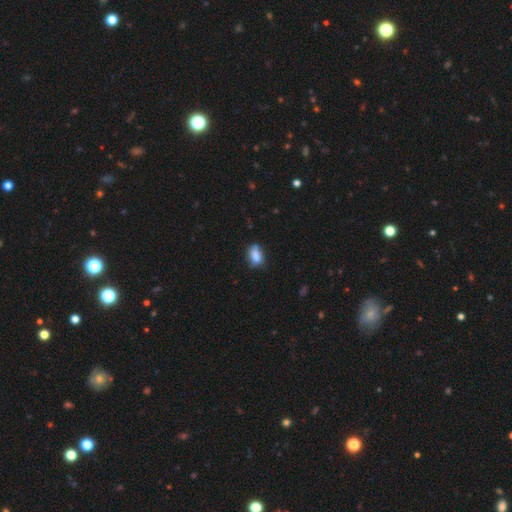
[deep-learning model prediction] A smooth galaxy with no disk features (81%) that is in between round and cigar-shaped (83%). Merging: none (54%).